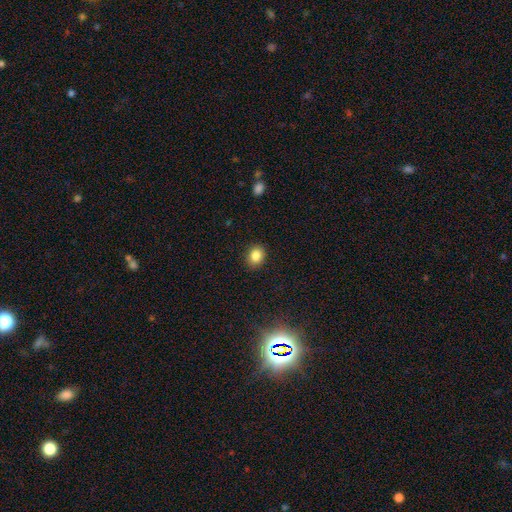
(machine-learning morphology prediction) Smooth or featured?
  - smooth: 84% *
  - star or artifact: 10%
  - featured or disk: 6%
How rounded?
  - round: 54% *
  - in between: 45%
  - cigar-shaped: 1%
Merging?
  - none: 89% *
  - minor disturbance: 8%
  - major disturbance: 2%
  - merger: 1%